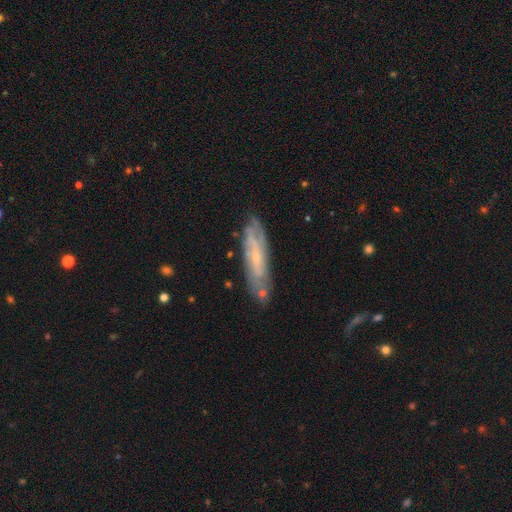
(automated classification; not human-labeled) This is likely a featured or disk galaxy (65%). It is likely not viewed edge-on (64%). Merging: likely none (74%).